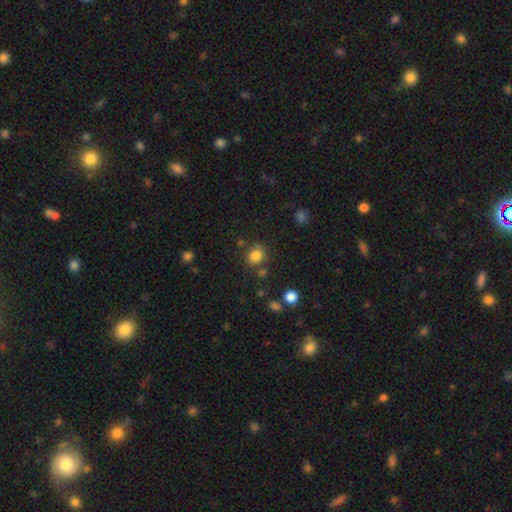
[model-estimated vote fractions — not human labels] smooth 82%, star or artifact 12%, featured or disk 6%. Down the decision tree: how rounded — round (77%); merging — none (76%).